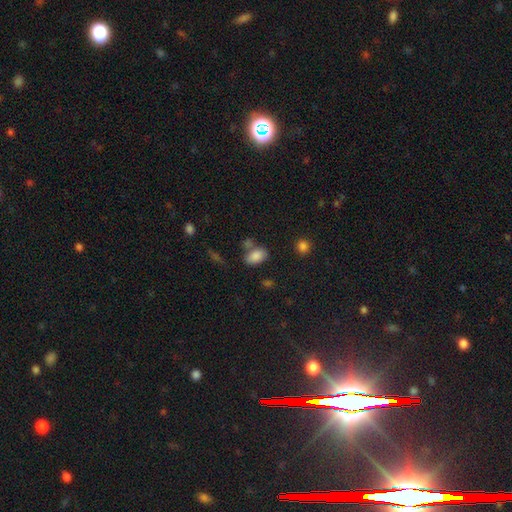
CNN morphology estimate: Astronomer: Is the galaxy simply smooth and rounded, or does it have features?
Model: smooth — 85%.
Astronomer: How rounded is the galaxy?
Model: in between — 89%.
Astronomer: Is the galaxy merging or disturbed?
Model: none — 62%.